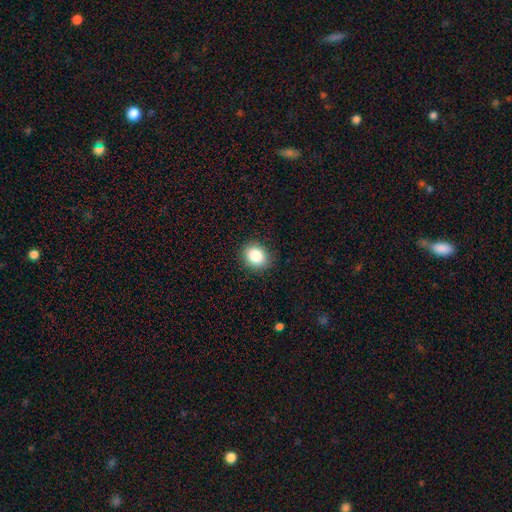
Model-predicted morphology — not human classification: Overall: smooth (86%). How rounded: round (59%; in between 40%). Merging: none (88%).